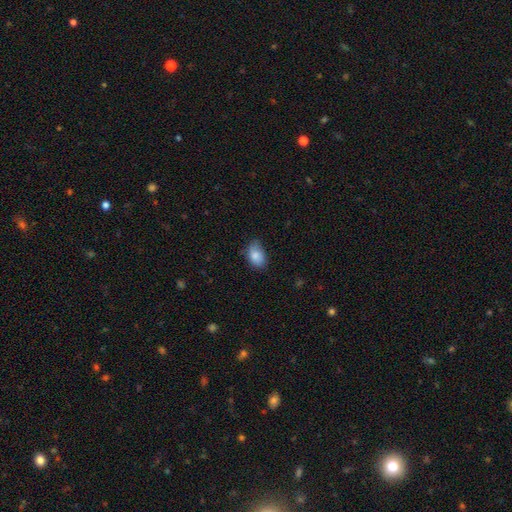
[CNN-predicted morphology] smooth_or_featured: smooth (p=0.85) [alt: featured or disk p=0.08]
how_rounded: in between (p=0.85) [alt: round p=0.13]
merging: none (p=0.67) [alt: minor disturbance p=0.27]